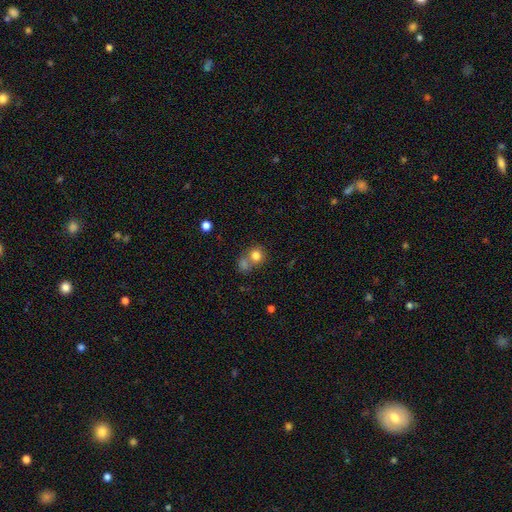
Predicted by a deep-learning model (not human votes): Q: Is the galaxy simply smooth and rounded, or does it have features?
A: smooth — 79%.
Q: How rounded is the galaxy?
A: round — 80%.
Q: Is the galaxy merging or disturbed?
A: none — 45%.